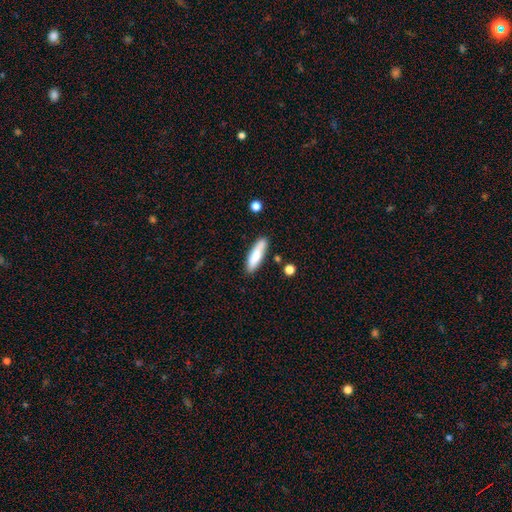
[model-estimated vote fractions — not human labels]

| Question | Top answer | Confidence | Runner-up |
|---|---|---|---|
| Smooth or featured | smooth | 78% | featured or disk (16%) |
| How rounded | cigar-shaped | 66% | in between (32%) |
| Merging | none | 82% | minor disturbance (12%) |